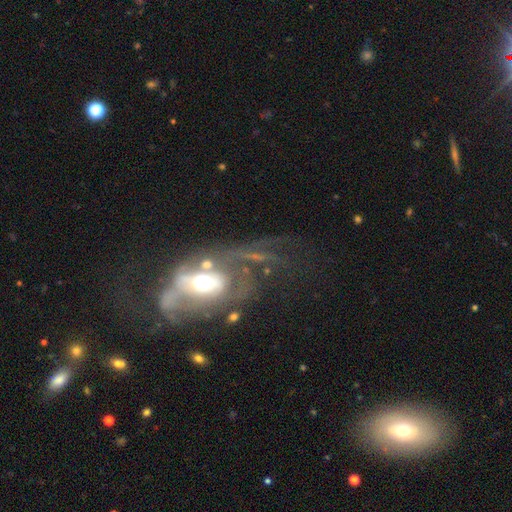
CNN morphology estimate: Q: Smooth or featured?
A: featured or disk (71%); runner-up: smooth (18%)
Q: Edge-on disk?
A: no (93%); runner-up: yes (7%)
Q: Bar?
A: no (60%); runner-up: weak (24%)
Q: Spiral arms?
A: yes (51%); runner-up: no (49%)
Q: Bulge size?
A: moderate (63%); runner-up: large (21%)
Q: Merging?
A: major disturbance (54%); runner-up: none (21%)